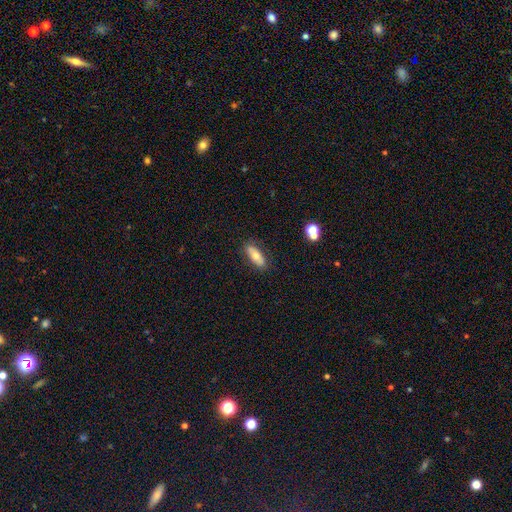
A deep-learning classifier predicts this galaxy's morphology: Q: Smooth or featured?
A: smooth (62%); runner-up: featured or disk (30%)
Q: How rounded?
A: in between (68%); runner-up: cigar-shaped (29%)
Q: Merging?
A: none (83%); runner-up: minor disturbance (12%)